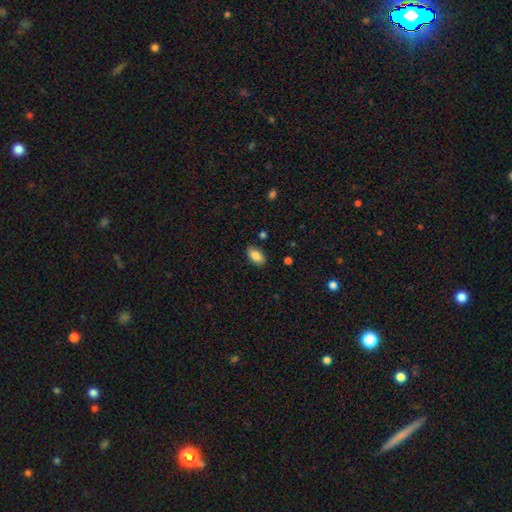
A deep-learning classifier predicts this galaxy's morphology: Smooth or featured: smooth — 85% (star or artifact — 7%)
How rounded: in between — 93% (cigar-shaped — 4%)
Merging: none — 86% (minor disturbance — 10%)